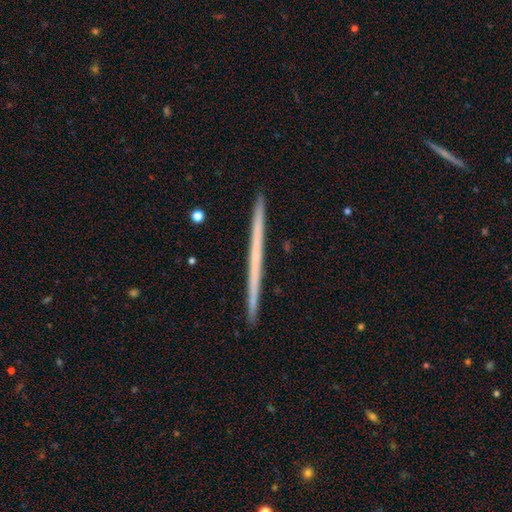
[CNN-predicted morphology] type=featured or disk (61%); edge-on=yes (98%); edge-on bulge=none (81%); merging=none (91%).